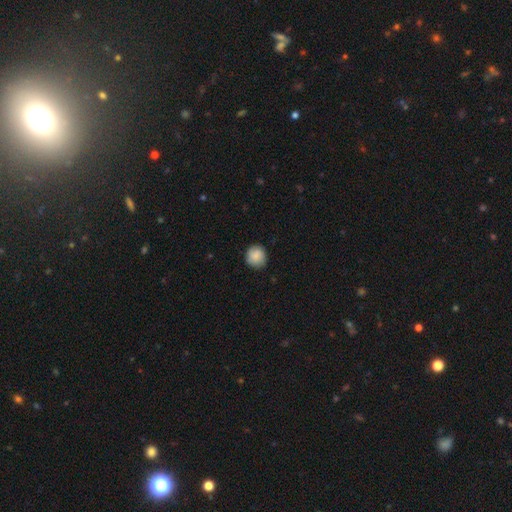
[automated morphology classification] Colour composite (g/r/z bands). It shows a smooth galaxy with no disk features (84%) that is round (91%). Merging: none (85%).